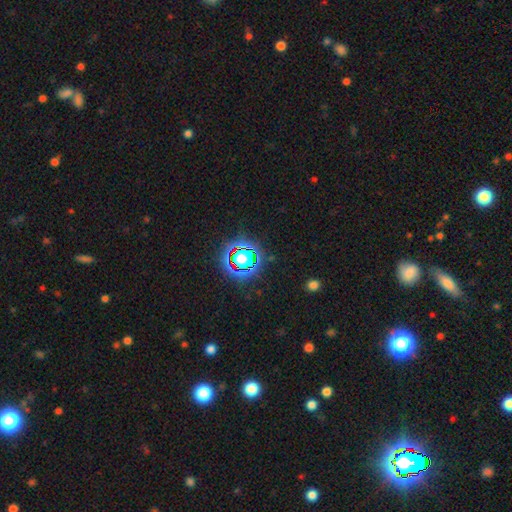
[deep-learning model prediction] The model was most divided on "smooth or featured": star or artifact: 79%, smooth: 13%, featured or disk: 8%.